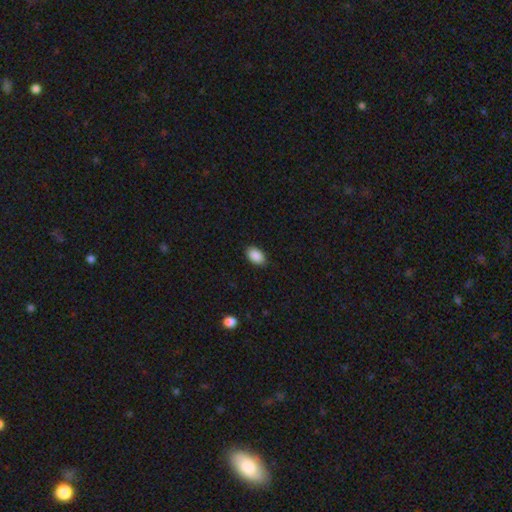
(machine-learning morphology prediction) The model was most divided on "merging": none: 88%, minor disturbance: 9%, major disturbance: 2%, merger: 1%. More confident: how rounded — in between (92%); smooth or featured — smooth (89%).